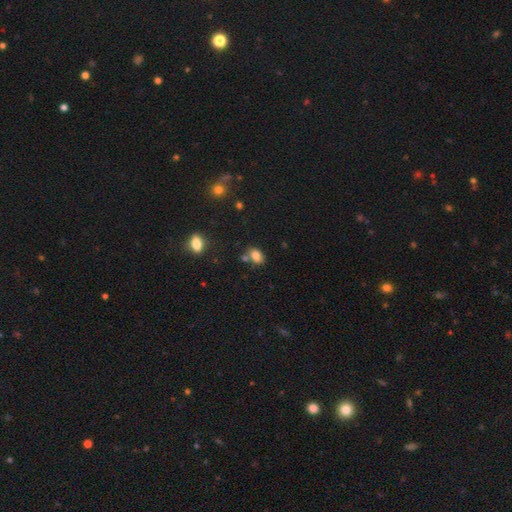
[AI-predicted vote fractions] smooth-or-featured: smooth: 81% | star or artifact: 11% | featured or disk: 9%
  how-rounded: in between: 80% | round: 19% | cigar-shaped: 2%
  merging: none: 64% | merger: 18% | minor disturbance: 14% | major disturbance: 4%